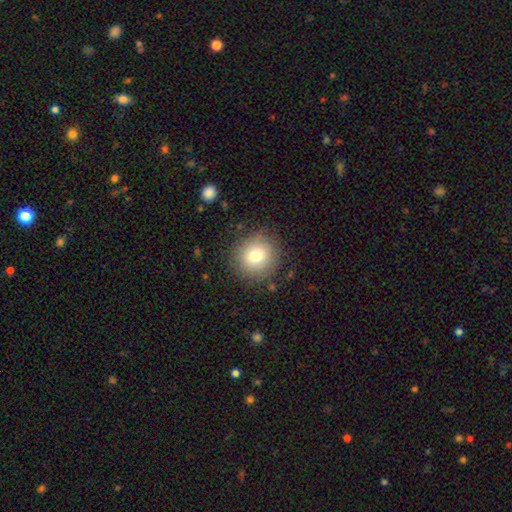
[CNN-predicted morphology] A smooth galaxy with no disk features (76%) that is round (92%). Merging: none (84%).